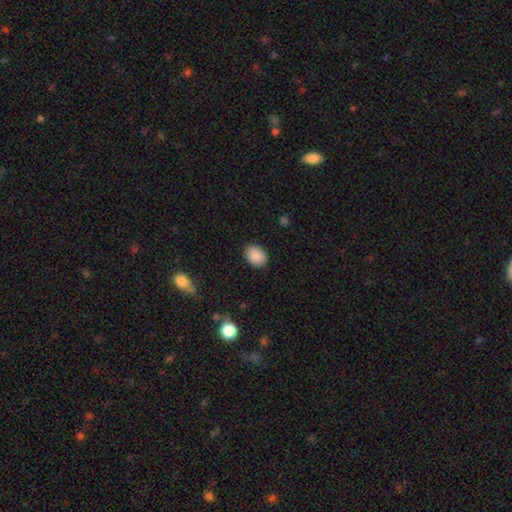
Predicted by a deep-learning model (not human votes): A smooth galaxy with no disk features (89%) that is in between round and cigar-shaped (67%). Merging: none (87%).